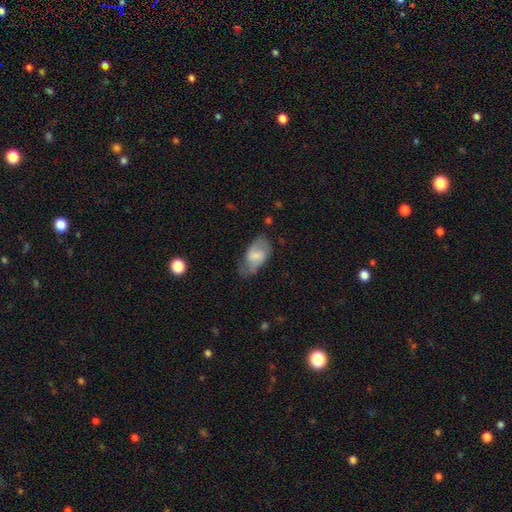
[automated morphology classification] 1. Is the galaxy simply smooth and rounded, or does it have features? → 49% smooth, 44% featured or disk, 7% star or artifact.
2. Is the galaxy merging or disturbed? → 62% none, 27% minor disturbance, 10% major disturbance, 2% merger.